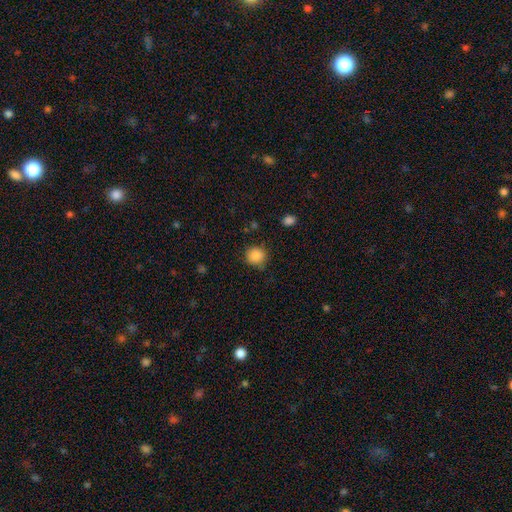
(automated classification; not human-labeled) Smooth or featured?
  - smooth: 87% *
  - star or artifact: 9%
  - featured or disk: 4%
How rounded?
  - round: 88% *
  - in between: 11%
  - cigar-shaped: 1%
Merging?
  - none: 79% *
  - minor disturbance: 15%
  - major disturbance: 4%
  - merger: 2%